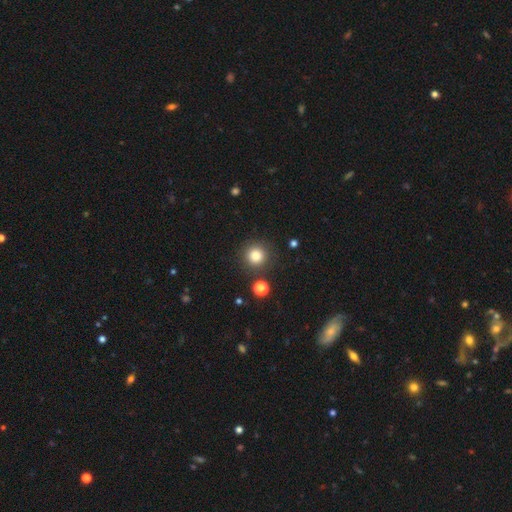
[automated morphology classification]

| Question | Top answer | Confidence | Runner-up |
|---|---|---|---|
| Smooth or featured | smooth | 81% | star or artifact (13%) |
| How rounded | round | 94% | in between (5%) |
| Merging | none | 86% | minor disturbance (7%) |